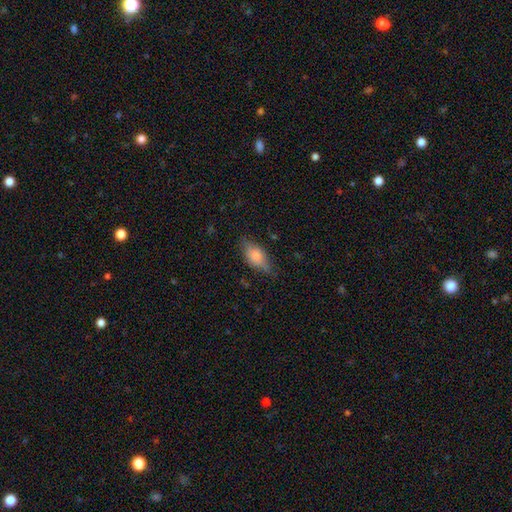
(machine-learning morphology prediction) This appears to be a smooth galaxy with no disk features (69%) that is in between round and cigar-shaped (84%). Merging: none (70%).